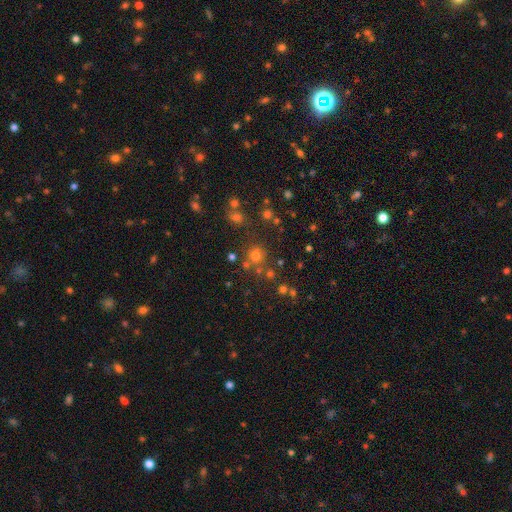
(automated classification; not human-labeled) A smooth galaxy with no disk features (63%) that is round (90%). Merging: none (74%).